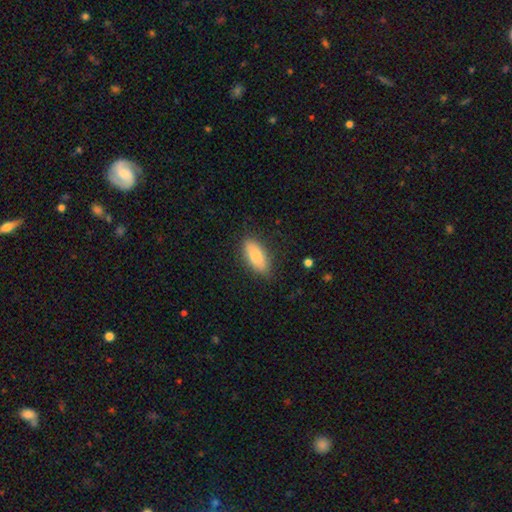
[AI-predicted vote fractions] Morphology: type=smooth (85%); roundness=in between (82%); merging=none (79%).